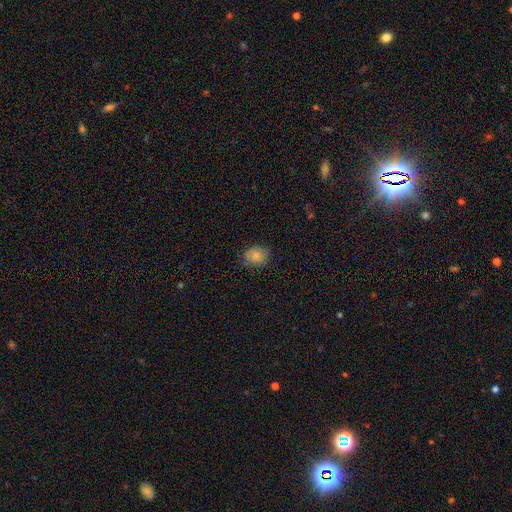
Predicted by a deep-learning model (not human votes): The model was most divided on "how rounded": in between: 50%, round: 49%, cigar-shaped: 1%. More confident: smooth or featured — smooth (82%); merging — none (75%).